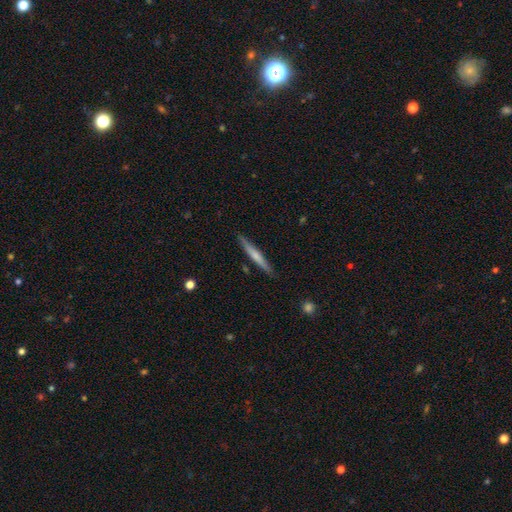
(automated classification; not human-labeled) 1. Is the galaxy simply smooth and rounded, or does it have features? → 55% smooth, 40% featured or disk, 5% star or artifact.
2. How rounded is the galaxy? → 96% cigar-shaped, 3% in between, 1% round.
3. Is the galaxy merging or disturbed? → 89% none, 8% minor disturbance, 2% major disturbance, 1% merger.